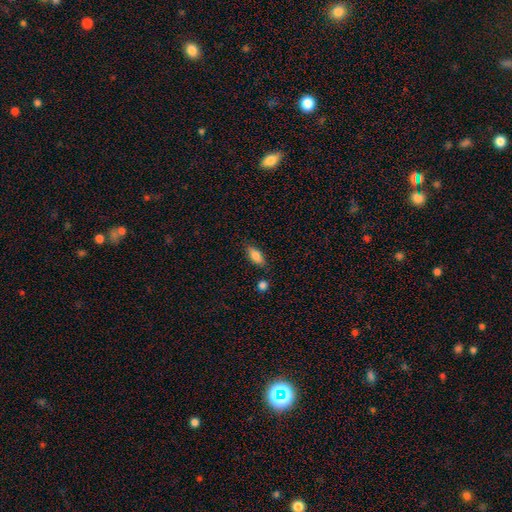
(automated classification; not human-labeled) The model was most divided on "how rounded": in between: 79%, cigar-shaped: 18%, round: 3%. More confident: smooth or featured — smooth (82%); merging — none (79%).